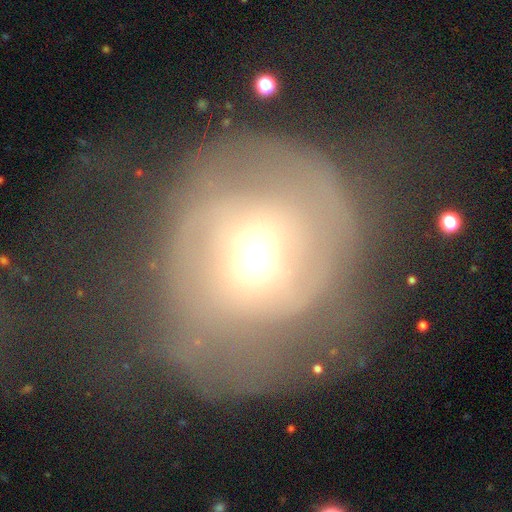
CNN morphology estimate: Smooth or featured? Predicted: featured or disk (p=0.59). Edge-on disk? Predicted: no (p=0.96). Bar? Predicted: no (p=0.65). Spiral arms? Predicted: yes (p=0.61). Bulge size? Predicted: moderate (p=0.60). Merging? Predicted: major disturbance (p=0.40).